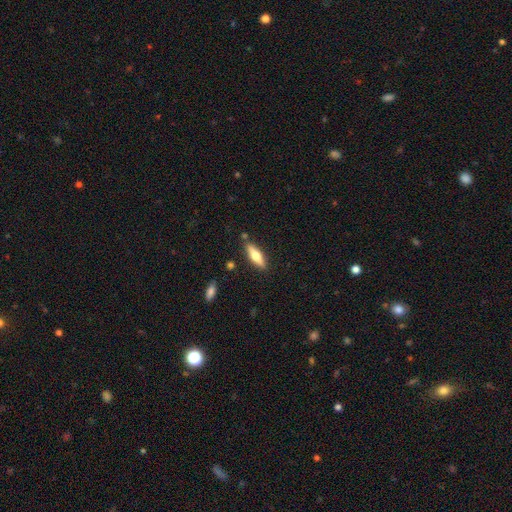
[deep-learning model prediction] The model was most divided on "smooth or featured": smooth: 55%, featured or disk: 39%, star or artifact: 6%. More confident: merging — none (84%); how rounded — cigar-shaped (58%).